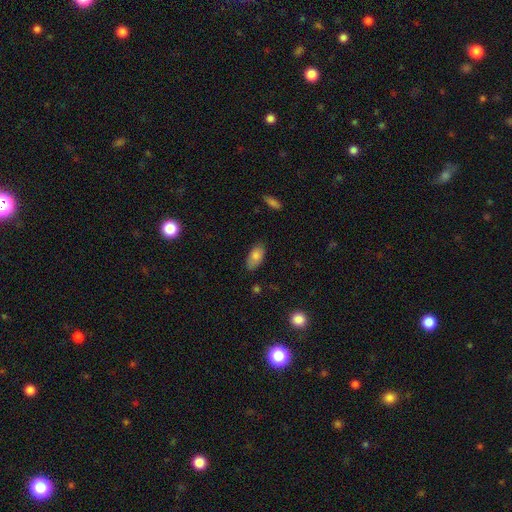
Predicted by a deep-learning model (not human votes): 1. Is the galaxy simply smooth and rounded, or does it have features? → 80% smooth, 13% featured or disk, 7% star or artifact.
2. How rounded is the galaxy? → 93% in between, 4% round, 3% cigar-shaped.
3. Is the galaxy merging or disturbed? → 77% none, 19% minor disturbance, 3% major disturbance, 2% merger.